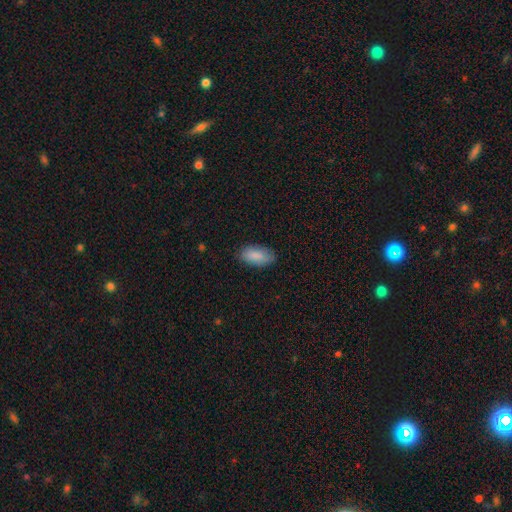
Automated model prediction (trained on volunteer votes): Smooth or featured?
  - smooth: 88% *
  - star or artifact: 6%
  - featured or disk: 6%
How rounded?
  - in between: 90% *
  - cigar-shaped: 8%
  - round: 2%
Merging?
  - none: 83% *
  - minor disturbance: 13%
  - major disturbance: 3%
  - merger: 1%